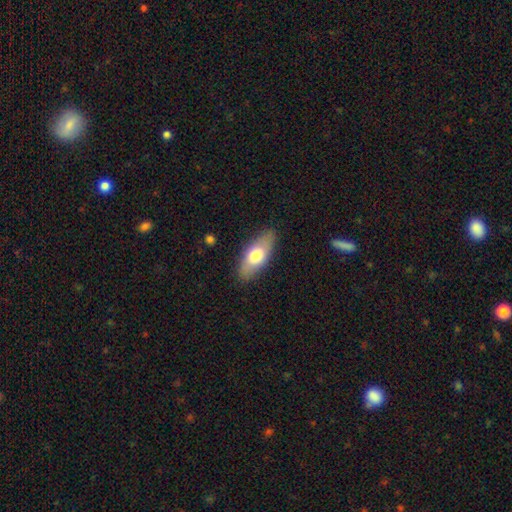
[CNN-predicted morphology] smooth 68%, featured or disk 26%, star or artifact 6%. Down the decision tree: how rounded — in between (81%); merging — none (85%).